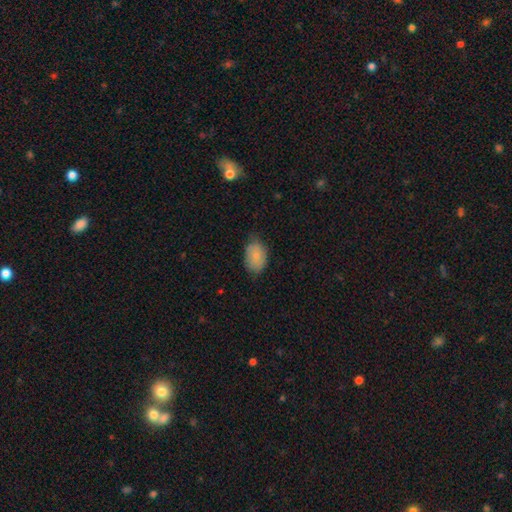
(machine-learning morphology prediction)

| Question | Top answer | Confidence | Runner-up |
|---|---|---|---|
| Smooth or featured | smooth | 86% | featured or disk (8%) |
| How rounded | in between | 88% | round (11%) |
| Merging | none | 67% | minor disturbance (27%) |